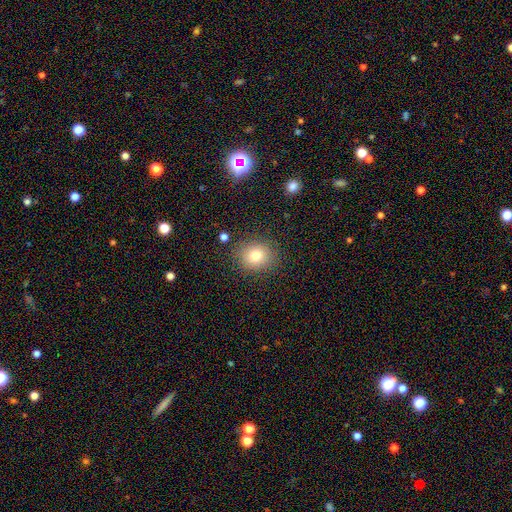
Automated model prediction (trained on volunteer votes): Overall: smooth (79%). How rounded: round (75%). Merging: none (85%).